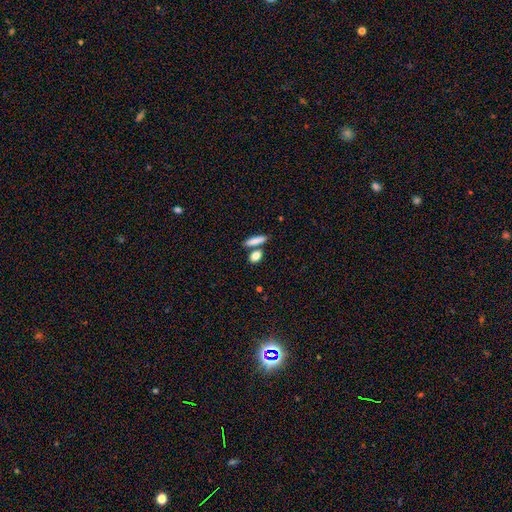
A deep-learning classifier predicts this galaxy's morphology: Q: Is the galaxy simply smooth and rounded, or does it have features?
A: smooth — 84%.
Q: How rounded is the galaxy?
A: in between — 57%.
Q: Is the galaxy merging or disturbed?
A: none — 65%.